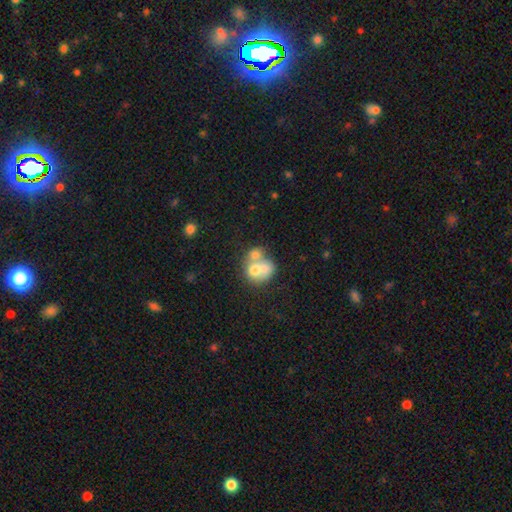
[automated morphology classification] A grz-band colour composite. It shows a smooth galaxy with no disk features (59%) that is round (61%). Merging: merger (66%).